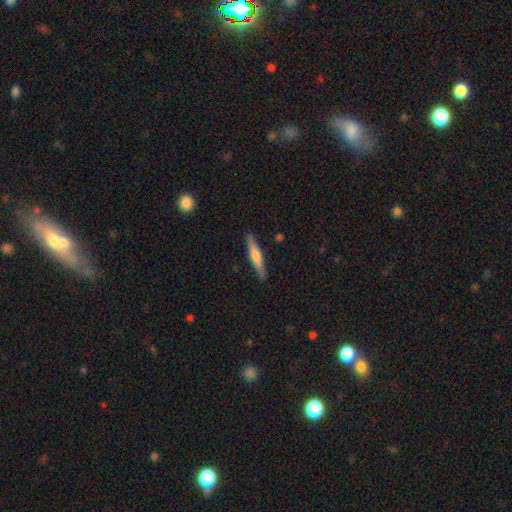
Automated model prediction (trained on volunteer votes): This appears to be a smooth galaxy with no disk features (52%) that is cigar-shaped (92%). Merging: none (89%).